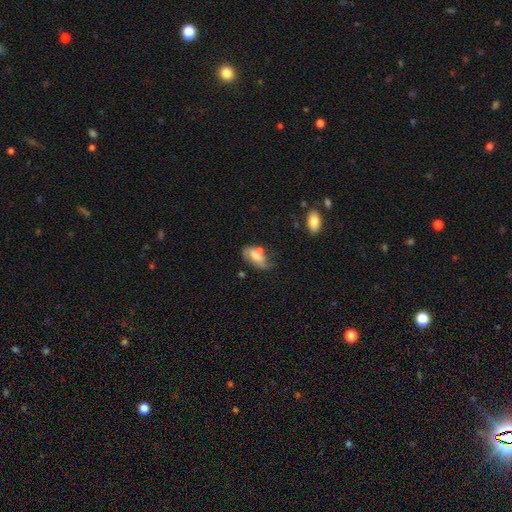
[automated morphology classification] This appears to be a smooth galaxy with no disk features (57%) that is in between round and cigar-shaped (89%). Merging: none (41%).